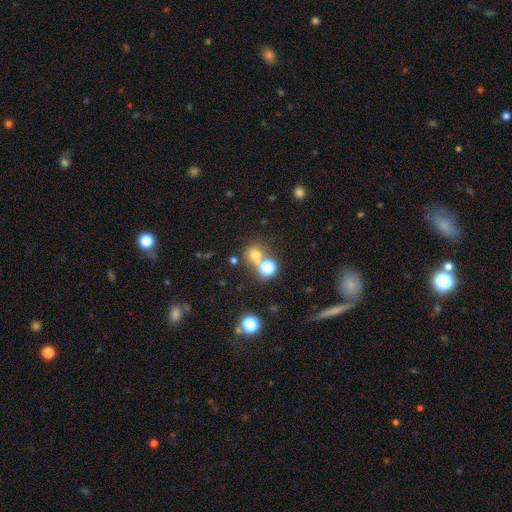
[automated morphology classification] This appears to be a smooth galaxy with no disk features (66%) that is round (87%). Merging: none (56%).